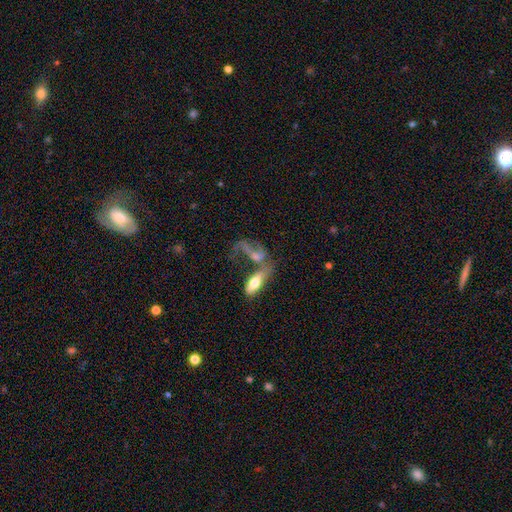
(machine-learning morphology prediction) Smooth or featured: featured or disk — 56% (smooth — 32%)
Edge-on disk: no — 66% (yes — 34%)
Merging: merger — 46% (none — 27%)